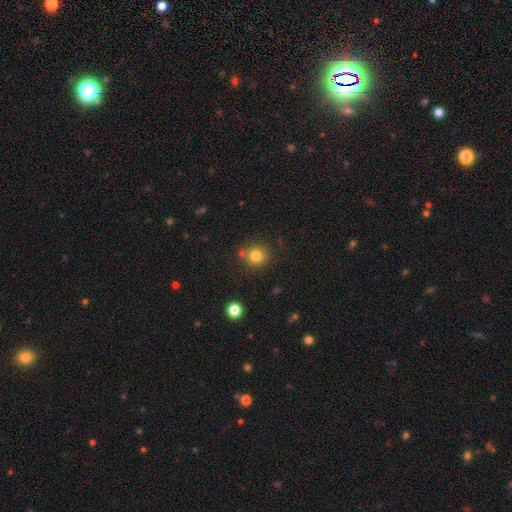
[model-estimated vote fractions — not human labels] Morphology: type=smooth (81%); roundness=round (91%); merging=none (79%).